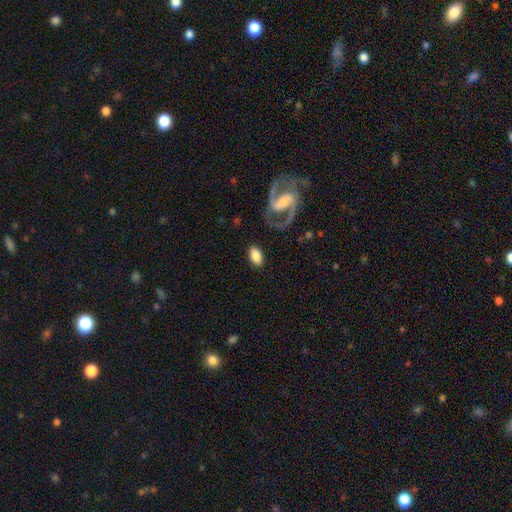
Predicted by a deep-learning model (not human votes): Smooth or featured: smooth — 74% (featured or disk — 20%)
How rounded: in between — 92% (round — 5%)
Merging: none — 82% (minor disturbance — 11%)